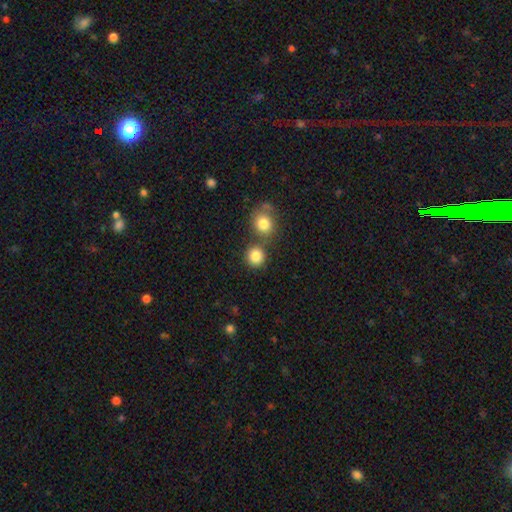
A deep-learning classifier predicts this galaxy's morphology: A smooth galaxy with no disk features (84%) that is round (89%).

Vote fractions:
- Smooth or featured? smooth: 84% / star or artifact: 10% / featured or disk: 5%
- How rounded? round: 89% / in between: 10% / cigar-shaped: 1%
- Merging? none: 67% / merger: 22% / minor disturbance: 7% / major disturbance: 3%